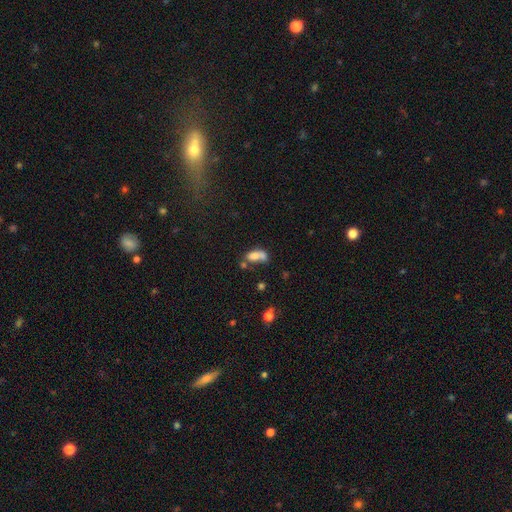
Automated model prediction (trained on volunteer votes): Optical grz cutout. It shows a smooth galaxy with no disk features (71%) that is in between round and cigar-shaped (79%). Merging: merger (48%).